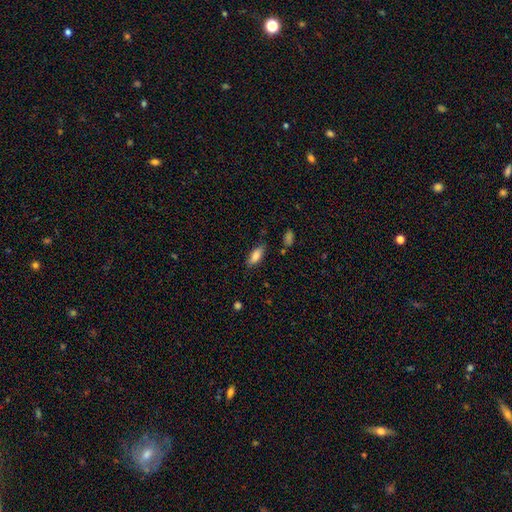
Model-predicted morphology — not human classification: Smooth or featured?
  - smooth: 83% *
  - featured or disk: 10%
  - star or artifact: 7%
How rounded?
  - in between: 78% *
  - cigar-shaped: 20%
  - round: 2%
Merging?
  - none: 78% *
  - minor disturbance: 16%
  - major disturbance: 3%
  - merger: 3%